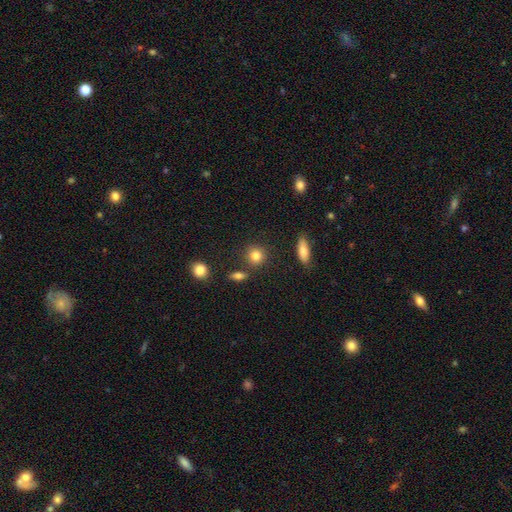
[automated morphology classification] Smooth or featured?
  - smooth: 83% *
  - star or artifact: 10%
  - featured or disk: 7%
How rounded?
  - round: 83% *
  - in between: 15%
  - cigar-shaped: 2%
Merging?
  - none: 82% *
  - minor disturbance: 9%
  - merger: 7%
  - major disturbance: 3%